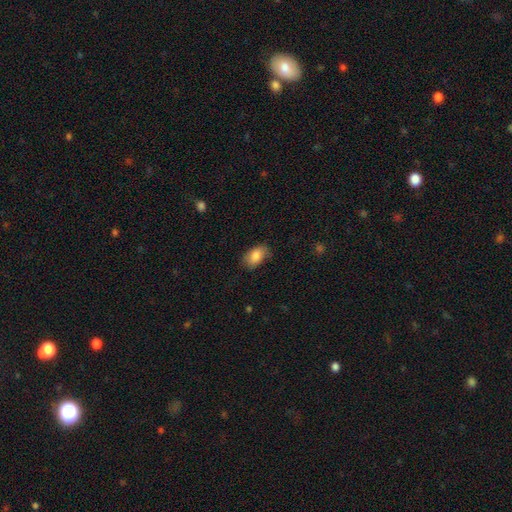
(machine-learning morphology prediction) This appears to be a smooth galaxy with no disk features (85%) that is in between round and cigar-shaped (91%). Merging: none (74%).